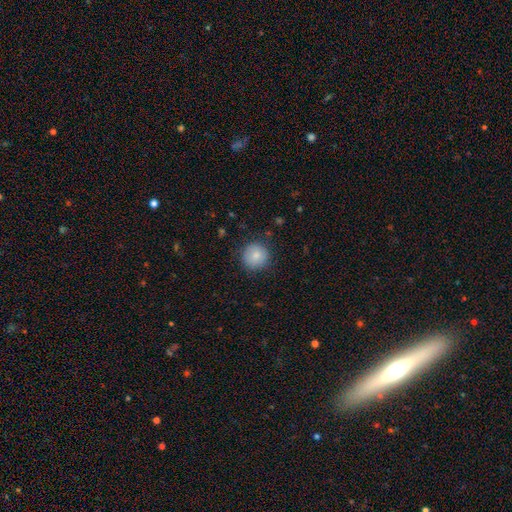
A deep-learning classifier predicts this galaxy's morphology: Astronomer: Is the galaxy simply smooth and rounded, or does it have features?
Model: smooth — 83%.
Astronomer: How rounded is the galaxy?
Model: round — 93%.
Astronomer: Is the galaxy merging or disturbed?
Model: none — 84%.